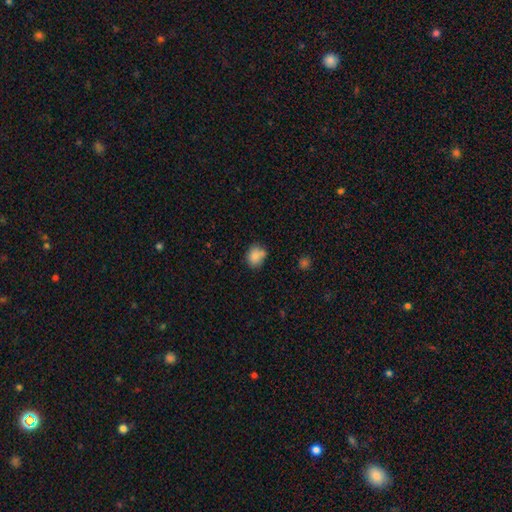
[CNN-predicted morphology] This appears to be a smooth galaxy with no disk features (82%) that is round (68%). Merging: none (66%).